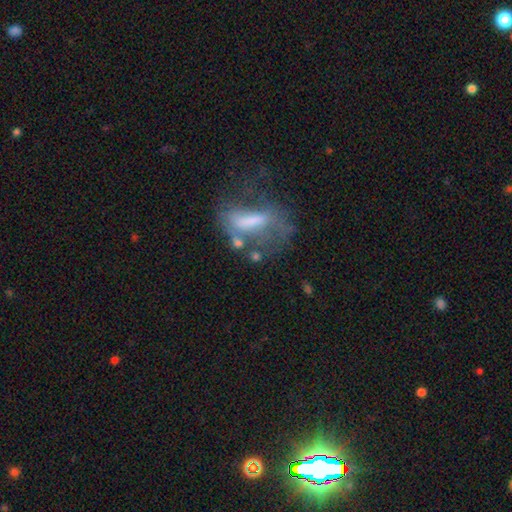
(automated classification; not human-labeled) Smooth or featured? featured or disk (53%)
Edge-on disk? no (83%)
Merging? none (43%)